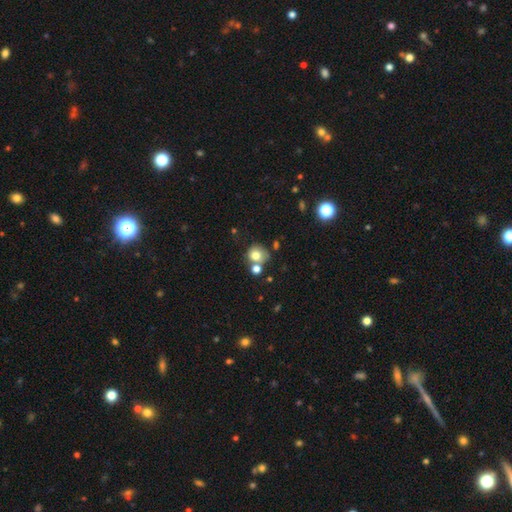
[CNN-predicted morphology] Smooth or featured? Predicted: smooth (p=0.77). How rounded? Predicted: round (p=0.78). Merging? Predicted: none (p=0.47).